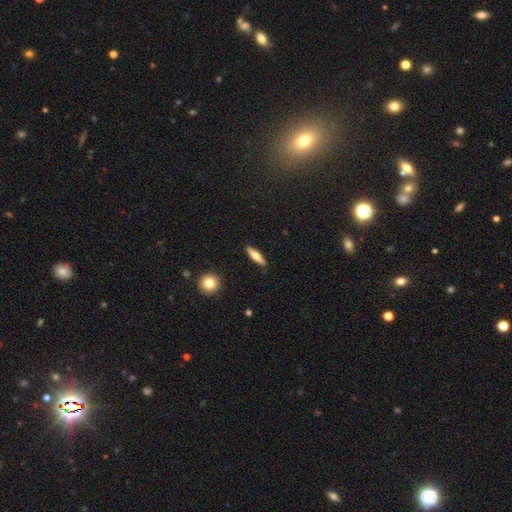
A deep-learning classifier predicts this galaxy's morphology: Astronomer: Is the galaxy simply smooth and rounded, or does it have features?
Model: smooth — 57% (runner-up: featured or disk, 37%).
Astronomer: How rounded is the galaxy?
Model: cigar-shaped — 68%.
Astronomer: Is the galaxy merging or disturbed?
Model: none — 89%.